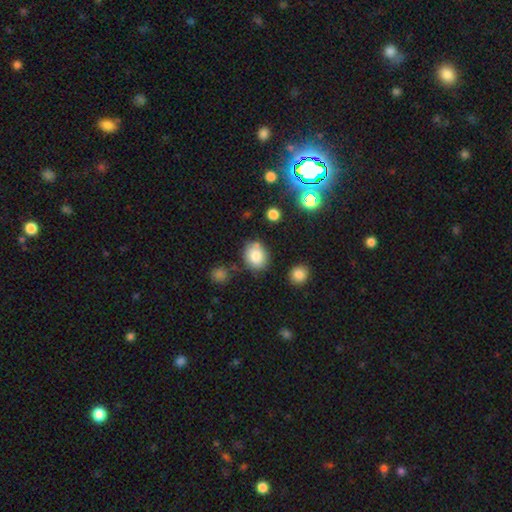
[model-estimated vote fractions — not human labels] Smooth or featured? smooth (82%)
How rounded? round (53%)
Merging? none (73%)